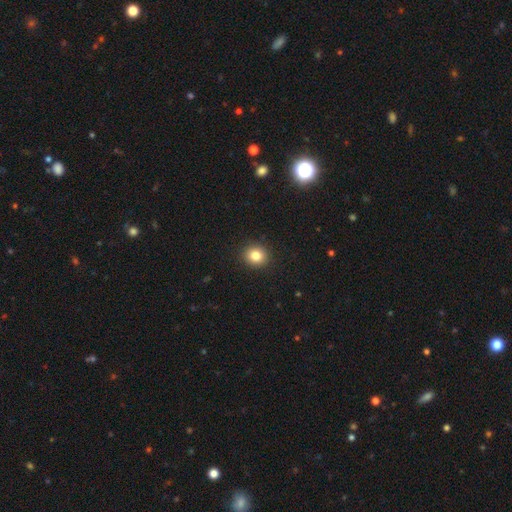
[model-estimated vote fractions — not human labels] Smooth or featured: smooth — 83% (star or artifact — 11%)
How rounded: round — 84% (in between — 15%)
Merging: none — 91% (minor disturbance — 6%)